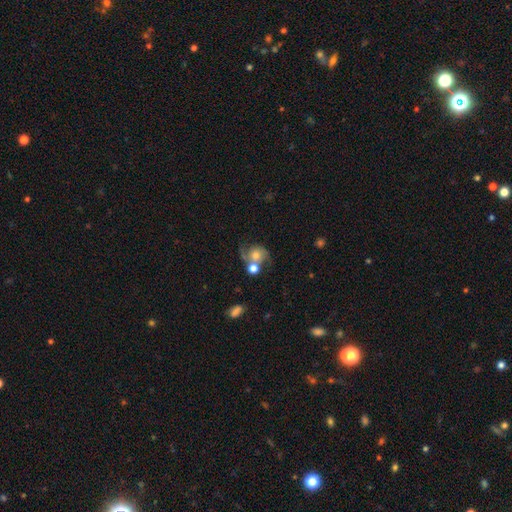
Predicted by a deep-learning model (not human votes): Smooth or featured: featured or disk — 63% (smooth — 28%)
Edge-on disk: no — 98% (yes — 2%)
Bar: no — 76% (weak — 20%)
Spiral arms: yes — 90% (no — 10%)
Spiral winding: medium — 43% (tied with loose — 43%)
Spiral arm count: 2 — 86% (1 — 7%)
Bulge size: moderate — 50% (small — 24%)
Merging: none — 45% (merger — 27%)